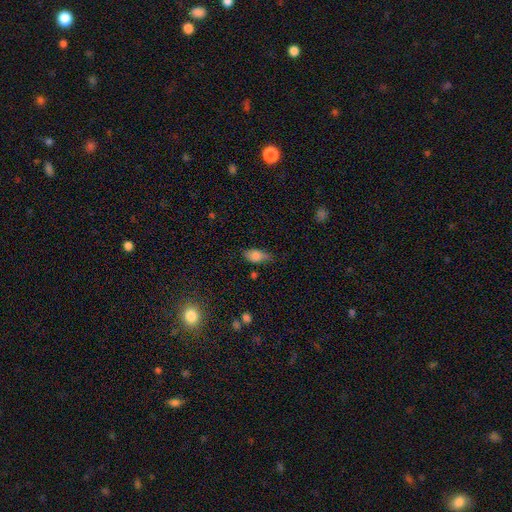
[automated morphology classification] This is clearly a smooth galaxy (80%). How rounded: clearly in between (86%). Merging: possibly none (60%).